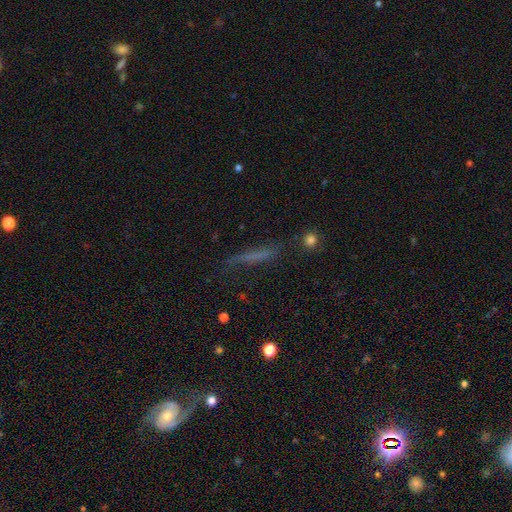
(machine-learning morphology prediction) This appears to be a smooth galaxy with no disk features (52%) that is cigar-shaped (89%). Merging: none (67%).